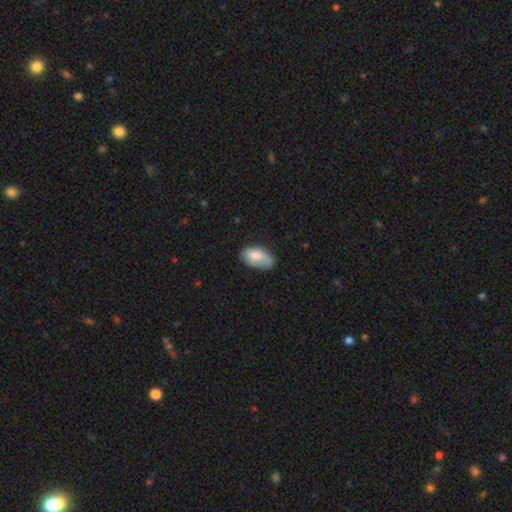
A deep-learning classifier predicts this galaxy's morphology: The model was most divided on "merging": none: 54%, minor disturbance: 34%, major disturbance: 9%, merger: 3%. More confident: how rounded — in between (94%); smooth or featured — smooth (78%).